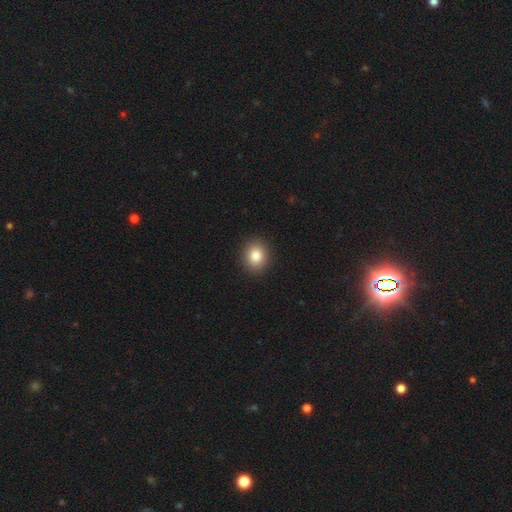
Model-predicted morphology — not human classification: A smooth galaxy with no disk features (84%) that is round (68%). Merging: none (91%).